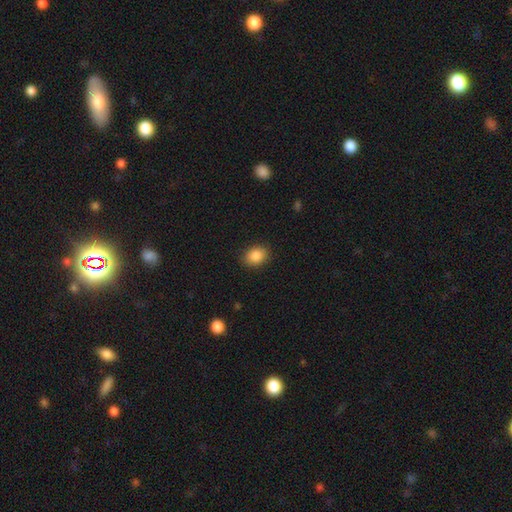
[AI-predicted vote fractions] Morphology: type=smooth (87%); roundness=in between (60%); merging=none (88%).